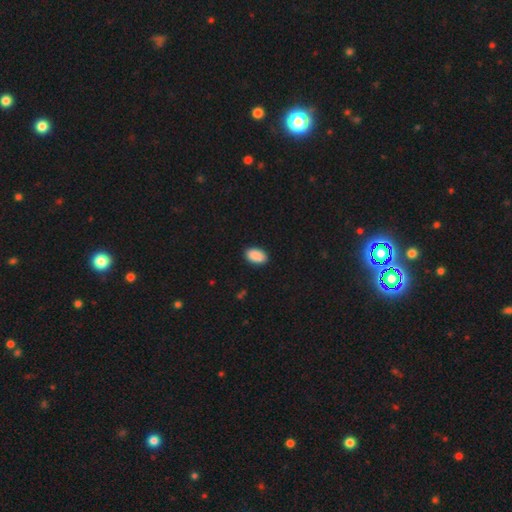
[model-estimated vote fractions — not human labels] Smooth or featured?
  - smooth: 91% *
  - star or artifact: 7%
  - featured or disk: 2%
How rounded?
  - in between: 93% *
  - round: 6%
  - cigar-shaped: 1%
Merging?
  - none: 90% *
  - minor disturbance: 8%
  - major disturbance: 2%
  - merger: 1%